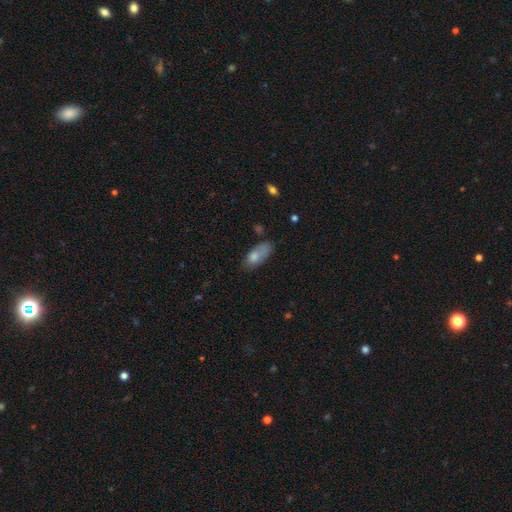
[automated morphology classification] smooth_or_featured: smooth (p=0.76) [alt: featured or disk p=0.16]
how_rounded: in between (p=0.84) [alt: cigar-shaped p=0.12]
merging: none (p=0.45) [alt: minor disturbance p=0.31]